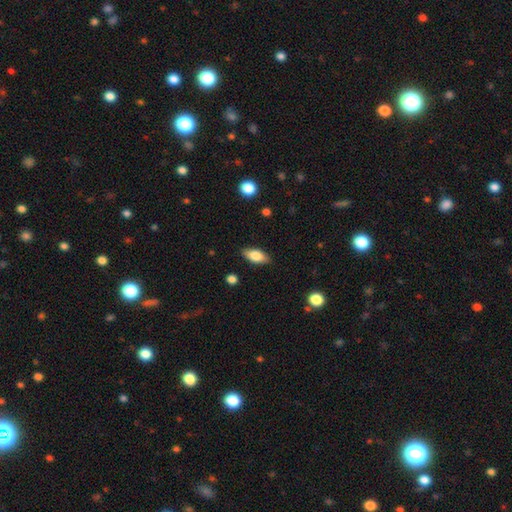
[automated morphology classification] Smooth or featured?
  - smooth: 77% *
  - featured or disk: 16%
  - star or artifact: 7%
How rounded?
  - in between: 86% *
  - cigar-shaped: 11%
  - round: 3%
Merging?
  - none: 87% *
  - minor disturbance: 10%
  - major disturbance: 2%
  - merger: 1%